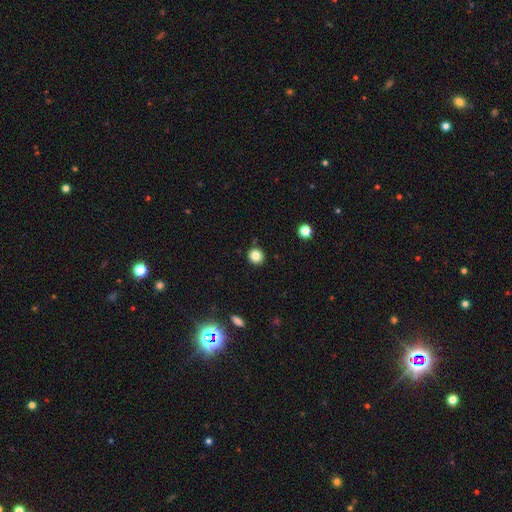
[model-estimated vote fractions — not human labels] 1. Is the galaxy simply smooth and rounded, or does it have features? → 85% smooth, 11% star or artifact, 4% featured or disk.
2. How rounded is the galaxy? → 93% round, 6% in between, 1% cigar-shaped.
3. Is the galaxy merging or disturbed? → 90% none, 6% minor disturbance, 2% merger, 2% major disturbance.